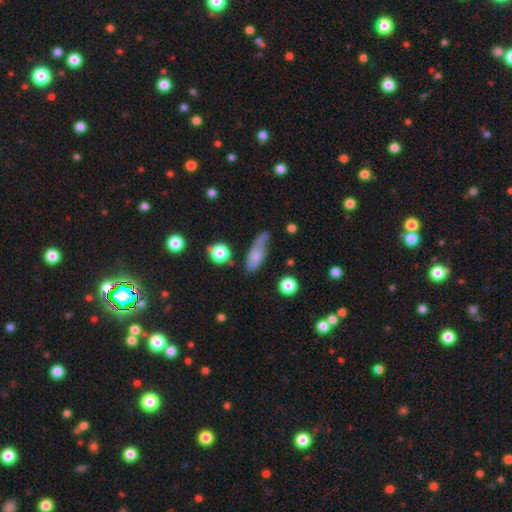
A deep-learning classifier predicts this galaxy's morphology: smooth_or_featured: smooth (p=0.63) [alt: featured or disk p=0.28]
how_rounded: in between (p=0.60) [alt: cigar-shaped p=0.34]
merging: none (p=0.45) [alt: minor disturbance p=0.33]